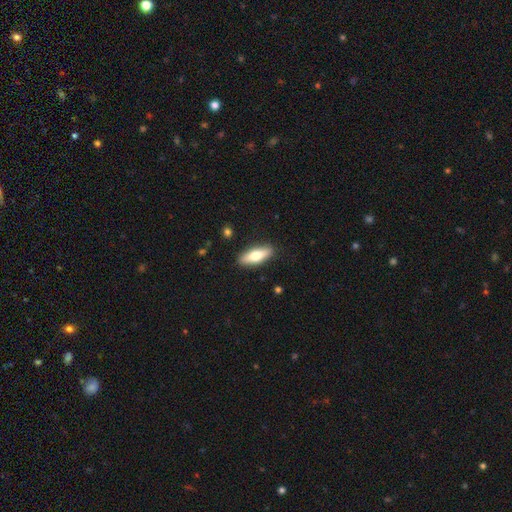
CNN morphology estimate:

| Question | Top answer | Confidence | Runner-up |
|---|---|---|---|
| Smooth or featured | smooth | 68% | featured or disk (26%) |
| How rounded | in between | 63% | cigar-shaped (35%) |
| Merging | none | 88% | minor disturbance (8%) |